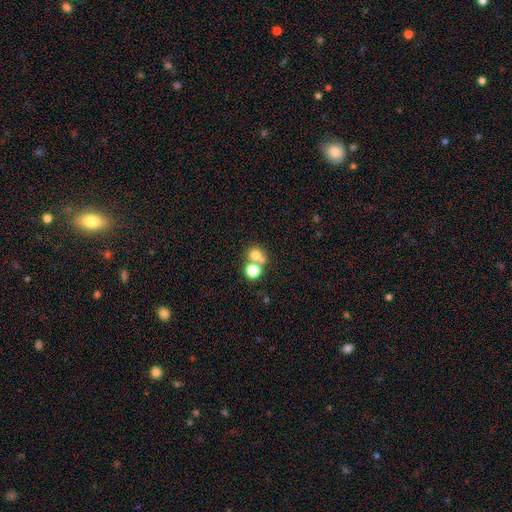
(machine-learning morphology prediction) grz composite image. It shows a smooth galaxy with no disk features (71%) that is round (81%). Merging: merger (48%).